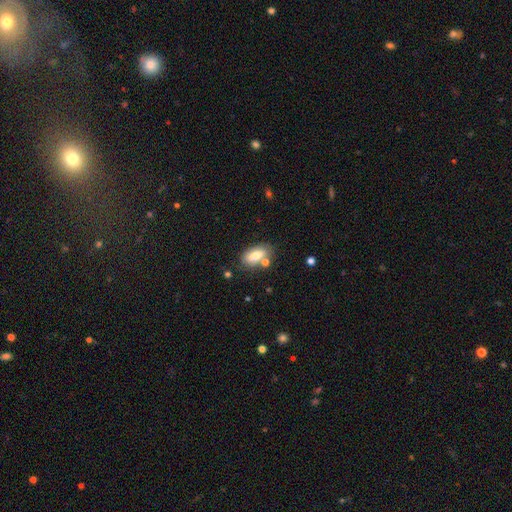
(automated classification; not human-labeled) A smooth galaxy with no disk features (72%) that is in between round and cigar-shaped (88%). Merging: none (66%).